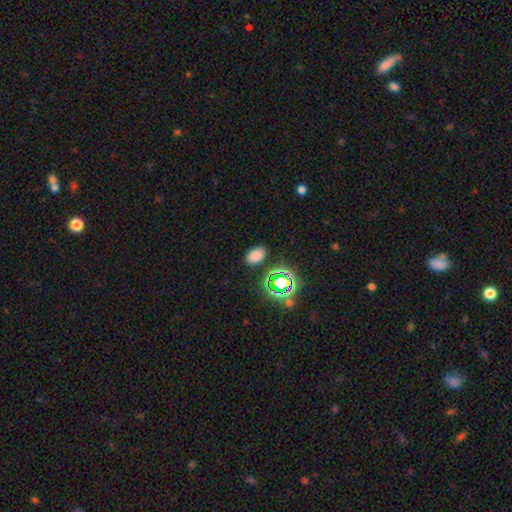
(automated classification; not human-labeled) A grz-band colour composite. It shows a smooth galaxy with no disk features (74%) that is in between round and cigar-shaped (87%). Merging: none (87%).